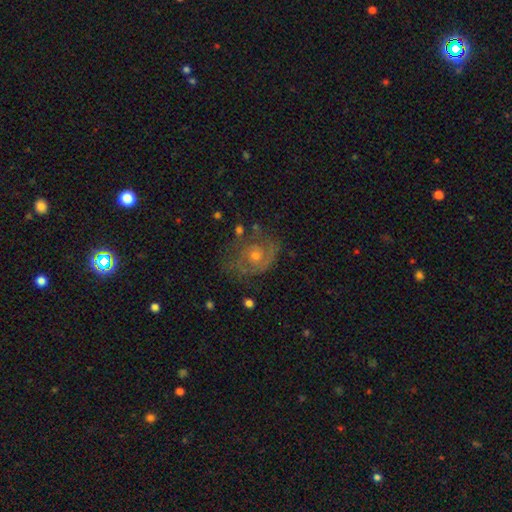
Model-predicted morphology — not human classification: The model was most divided on "bulge size": moderate: 50%, small: 45%, large: 2%, none: 2%, dominant: 1%. Remaining: edge-on disk — no (97%); spiral arms — yes (82%); bar — no (80%); smooth or featured — featured or disk (74%); merging — none (61%); spiral winding — tight (51%); spiral arm count — 2 (42%).